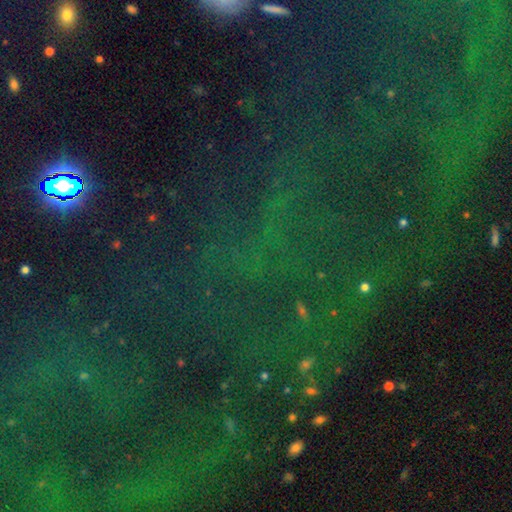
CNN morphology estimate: A star or artifact, not a galaxy (77%).

Vote fractions:
- Smooth or featured? star or artifact: 77% / smooth: 12% / featured or disk: 11%